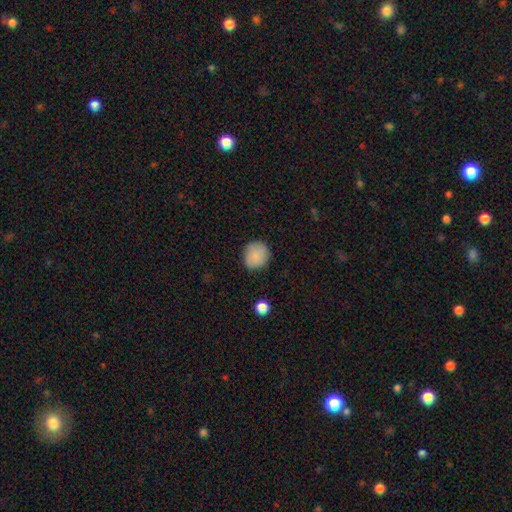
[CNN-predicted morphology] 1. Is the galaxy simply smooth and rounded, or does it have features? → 86% smooth, 8% star or artifact, 6% featured or disk.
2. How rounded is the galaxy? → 86% round, 13% in between, 1% cigar-shaped.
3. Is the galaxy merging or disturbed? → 84% none, 12% minor disturbance, 3% major disturbance, 1% merger.